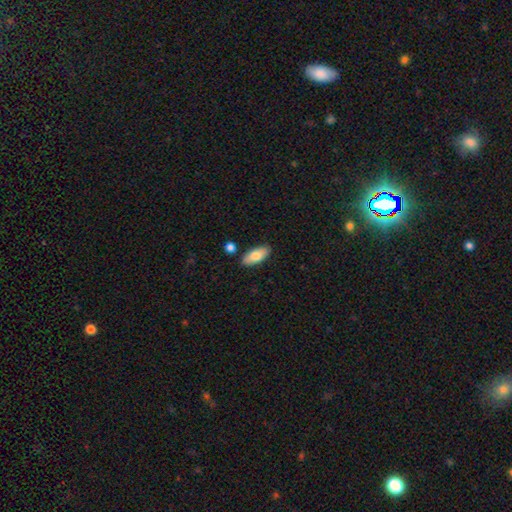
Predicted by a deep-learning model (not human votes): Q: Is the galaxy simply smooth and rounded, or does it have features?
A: smooth — 77%.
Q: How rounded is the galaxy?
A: in between — 87%.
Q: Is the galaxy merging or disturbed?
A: none — 85%.